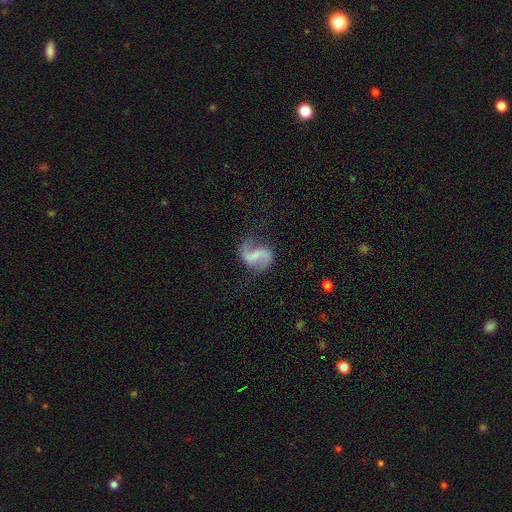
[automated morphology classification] featured or disk 81%, smooth 12%, star or artifact 7%. Down the decision tree: edge-on disk — no (98%); bar — weak (45%); spiral arms — yes (95%); spiral arm count — 2 (91%); spiral winding — loose (63%); bulge size — none (54%); merging — none (67%).